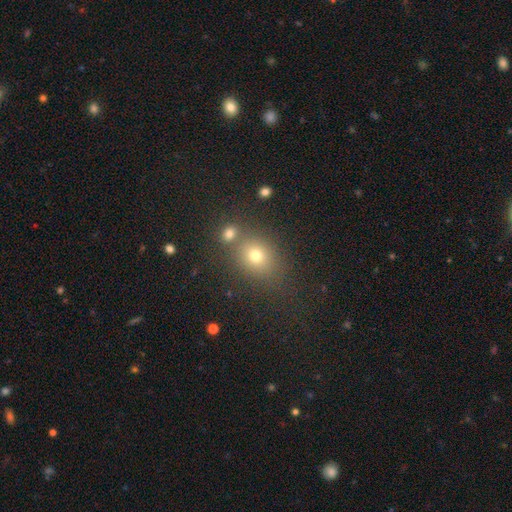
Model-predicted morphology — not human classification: smooth 70%, star or artifact 19%, featured or disk 11%. Down the decision tree: how rounded — round (58%); merging — none (65%).